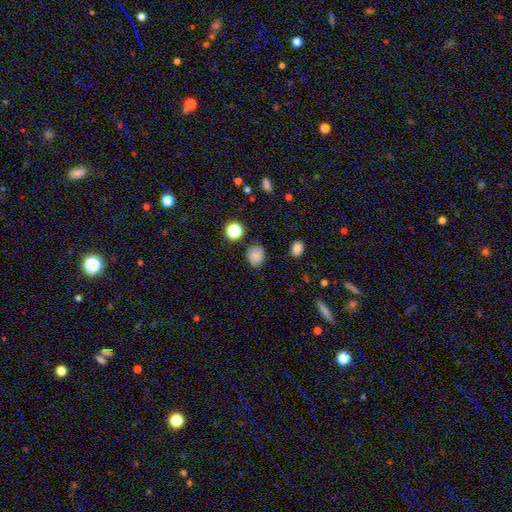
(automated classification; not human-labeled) A smooth galaxy with no disk features (80%) that is round (60%). Merging: none (78%).